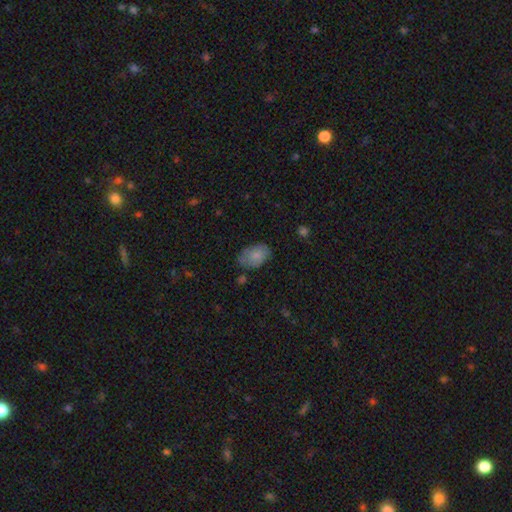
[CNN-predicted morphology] smooth_or_featured: smooth (p=0.80) [alt: featured or disk p=0.13]
how_rounded: in between (p=0.87) [alt: round p=0.12]
merging: none (p=0.65) [alt: minor disturbance p=0.26]